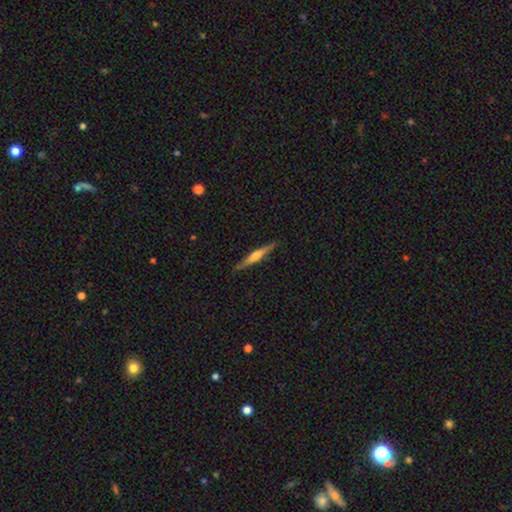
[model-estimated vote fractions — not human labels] Smooth or featured?
  - featured or disk: 55% *
  - smooth: 39%
  - star or artifact: 6%
Edge-on disk?
  - yes: 96% *
  - no: 4%
Edge-on bulge?
  - rounded: 59% *
  - boxy: 23%
  - none: 18%
Merging?
  - none: 87% *
  - minor disturbance: 10%
  - major disturbance: 2%
  - merger: 1%